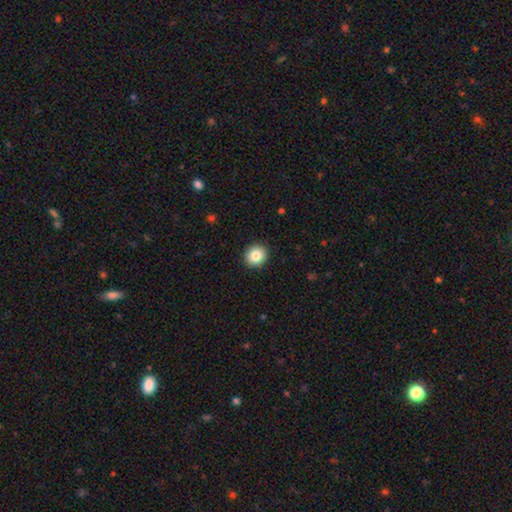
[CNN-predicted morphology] This appears to be a smooth galaxy with no disk features (84%) that is round (87%). Merging: none (92%).